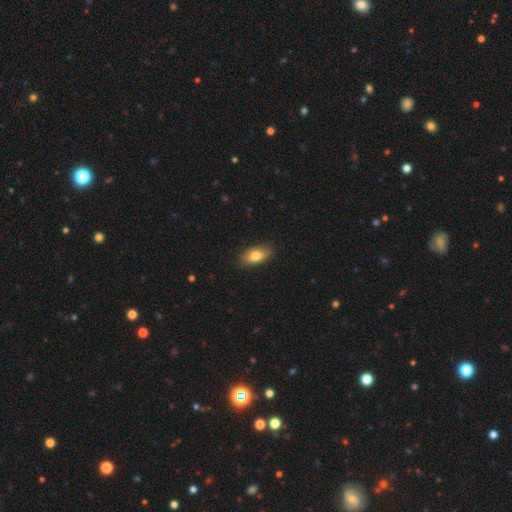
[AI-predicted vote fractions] Smooth or featured: smooth — 78% (featured or disk — 15%)
How rounded: in between — 87% (cigar-shaped — 7%)
Merging: none — 86% (minor disturbance — 11%)